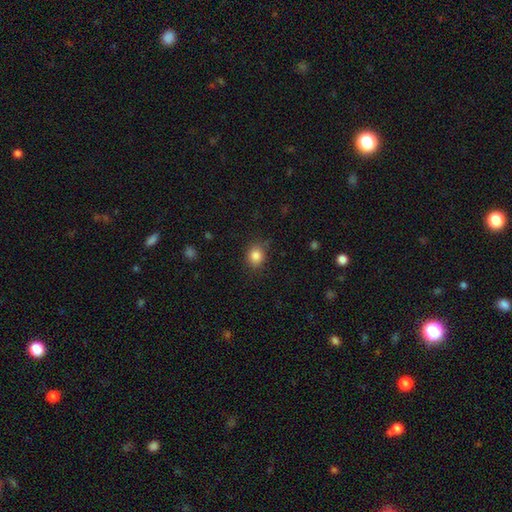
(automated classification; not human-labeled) Smooth or featured?
  - smooth: 85% *
  - star or artifact: 10%
  - featured or disk: 5%
How rounded?
  - round: 66% *
  - in between: 33%
  - cigar-shaped: 1%
Merging?
  - none: 77% *
  - minor disturbance: 17%
  - major disturbance: 4%
  - merger: 1%